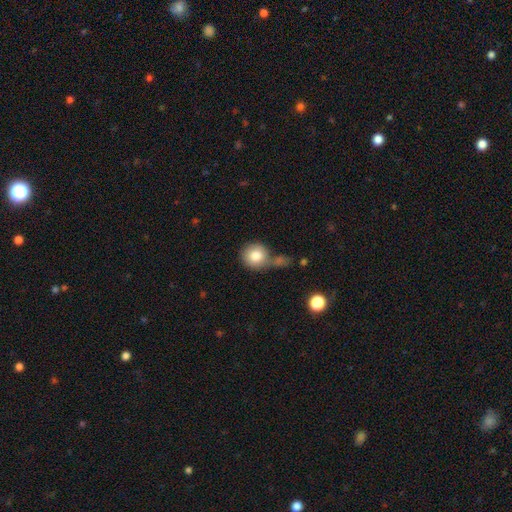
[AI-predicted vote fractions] Morphology: type=smooth (82%); roundness=round (89%); merging=none (46%).